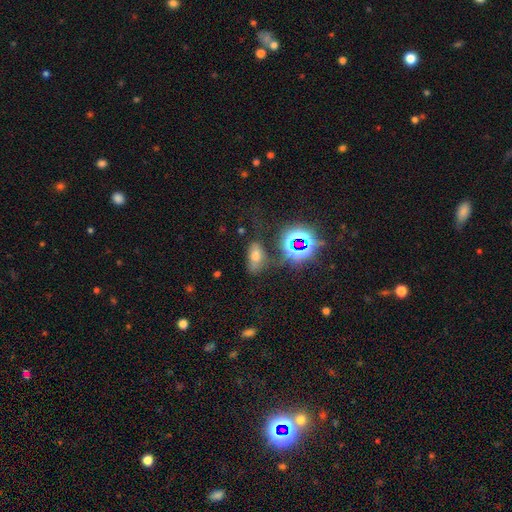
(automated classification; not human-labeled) A smooth galaxy with no disk features (53%) that is in between round and cigar-shaped (86%). Merging: none (59%).